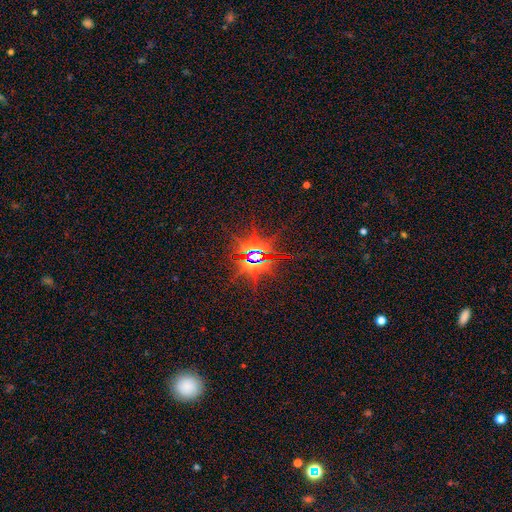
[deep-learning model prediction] This appears to be a star or artifact, not a galaxy (83%).